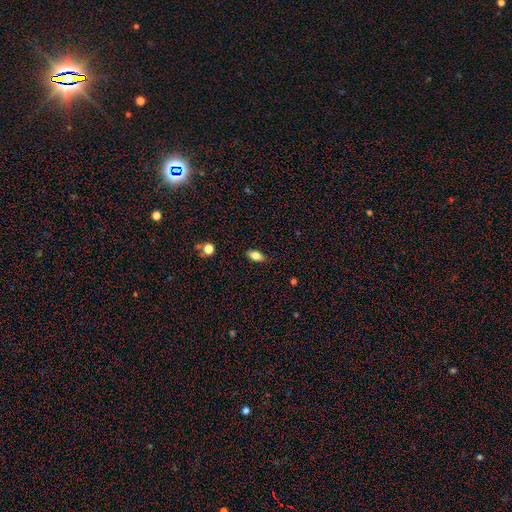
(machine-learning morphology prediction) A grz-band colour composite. It shows a smooth galaxy with no disk features (78%) that is in between round and cigar-shaped (85%). Merging: none (85%).